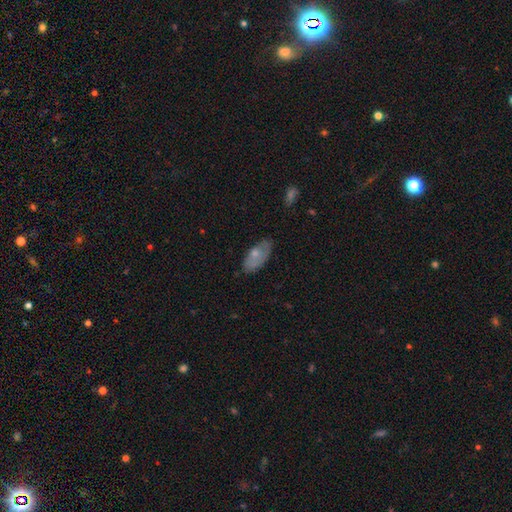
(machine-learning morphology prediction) The model was most divided on "smooth or featured": smooth: 66%, featured or disk: 27%, star or artifact: 7%. More confident: how rounded — in between (89%); merging — none (66%).